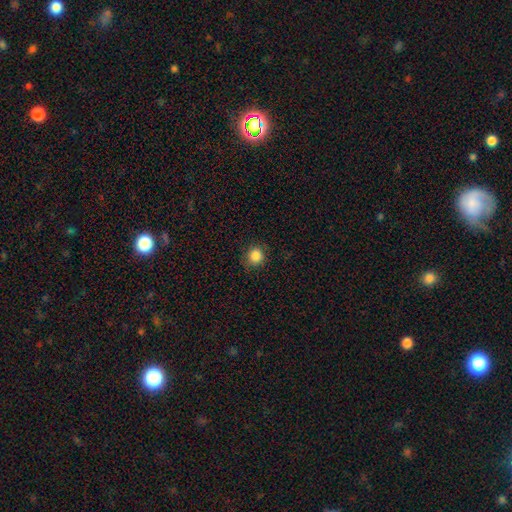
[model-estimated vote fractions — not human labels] This appears to be a smooth galaxy with no disk features (86%) that is round (88%). Merging: none (85%).